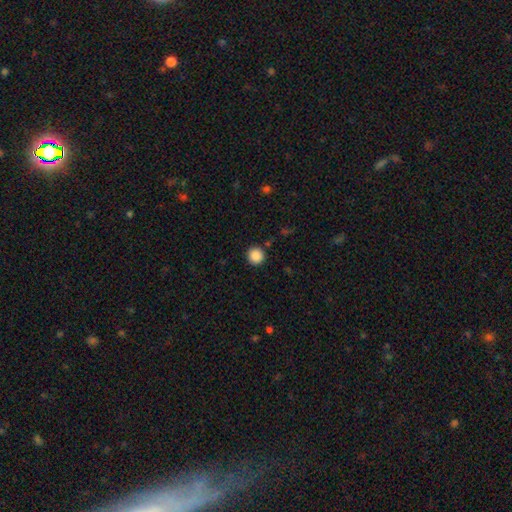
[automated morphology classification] smooth 88%, star or artifact 10%, featured or disk 2%. Down the decision tree: how rounded — round (95%); merging — none (91%).